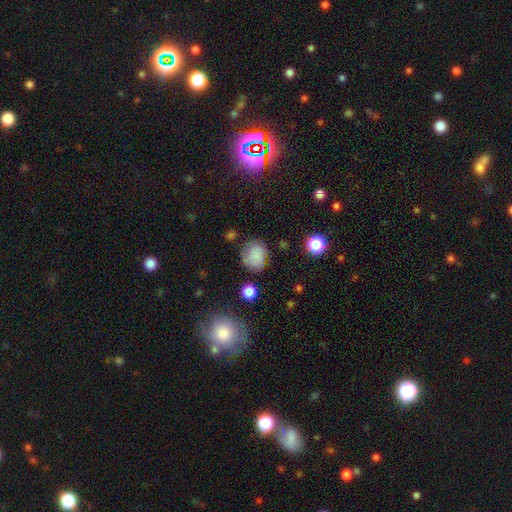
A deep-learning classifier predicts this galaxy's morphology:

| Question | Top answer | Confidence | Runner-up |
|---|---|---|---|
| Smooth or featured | smooth | 81% | star or artifact (12%) |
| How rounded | round | 72% | in between (27%) |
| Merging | none | 69% | minor disturbance (20%) |